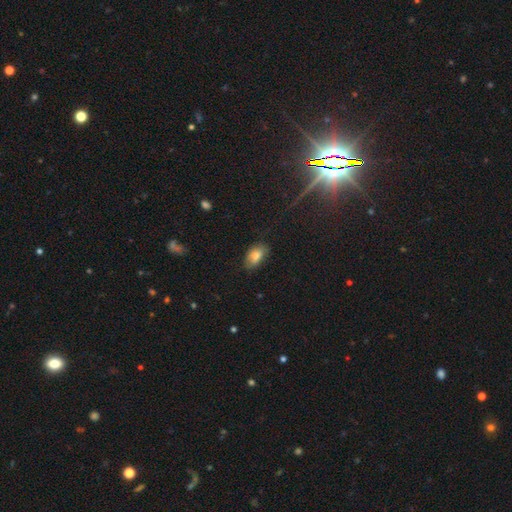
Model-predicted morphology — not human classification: A smooth galaxy with no disk features (80%) that is in between round and cigar-shaped (91%).

Vote fractions:
- Smooth or featured? smooth: 80% / featured or disk: 11% / star or artifact: 9%
- How rounded? in between: 91% / round: 6% / cigar-shaped: 3%
- Merging? none: 73% / minor disturbance: 22% / major disturbance: 4% / merger: 1%